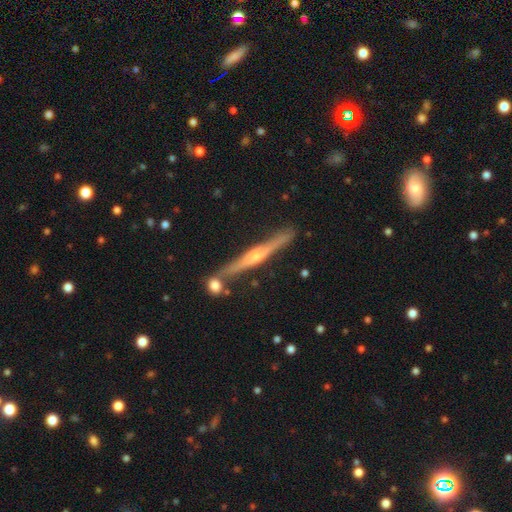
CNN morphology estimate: Overall: featured or disk (79%). Edge-on disk: yes (97%). Edge-on bulge: rounded (81%). Merging: none (81%).